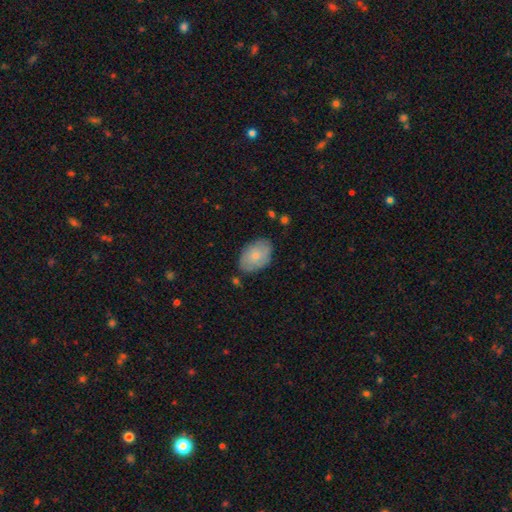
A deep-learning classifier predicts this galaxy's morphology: Smooth or featured?
  - smooth: 69% *
  - featured or disk: 25%
  - star or artifact: 6%
How rounded?
  - in between: 87% *
  - round: 12%
  - cigar-shaped: 1%
Merging?
  - none: 76% *
  - minor disturbance: 18%
  - major disturbance: 4%
  - merger: 2%